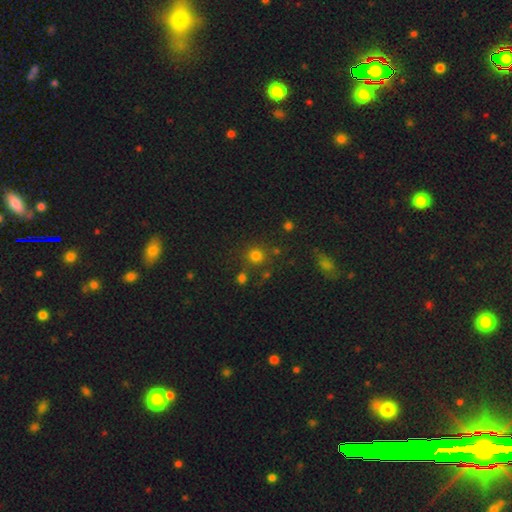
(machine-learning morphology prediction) Smooth or featured? smooth (75%)
How rounded? round (91%)
Merging? none (77%)